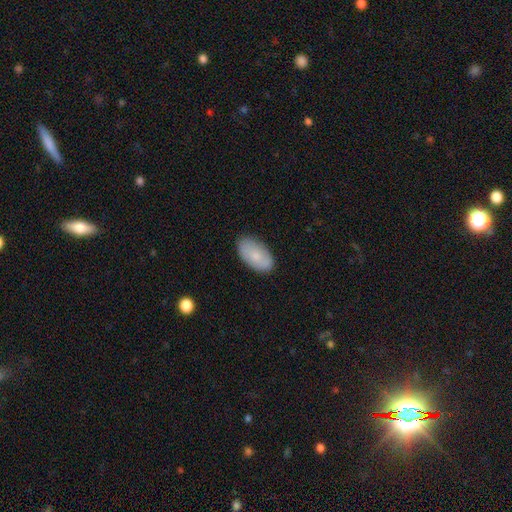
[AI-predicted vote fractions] A smooth galaxy with no disk features (79%) that is in between round and cigar-shaped (95%).

Vote fractions:
- Smooth or featured? smooth: 79% / featured or disk: 15% / star or artifact: 6%
- How rounded? in between: 95% / round: 4% / cigar-shaped: 2%
- Merging? none: 85% / minor disturbance: 11% / major disturbance: 2% / merger: 1%